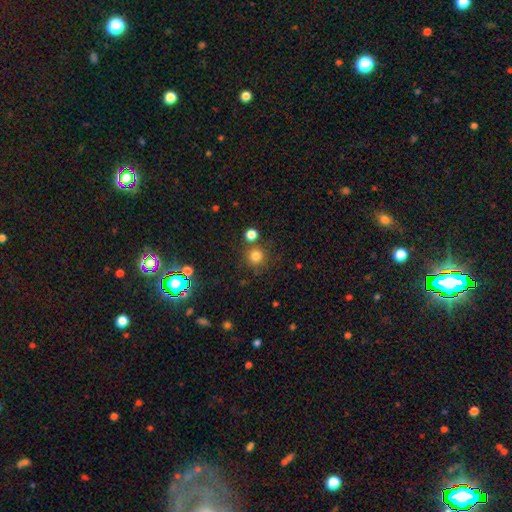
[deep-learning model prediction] smooth 79%, star or artifact 15%, featured or disk 6%. Down the decision tree: how rounded — round (93%); merging — none (76%).